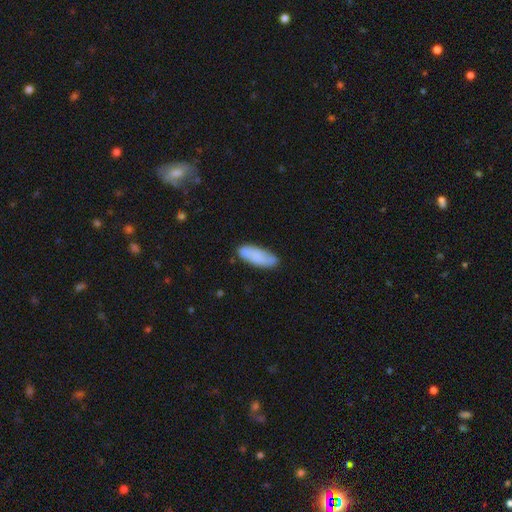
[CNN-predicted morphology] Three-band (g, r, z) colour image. It shows a smooth galaxy with no disk features (78%) that is in between round and cigar-shaped (67%). Merging: none (75%).